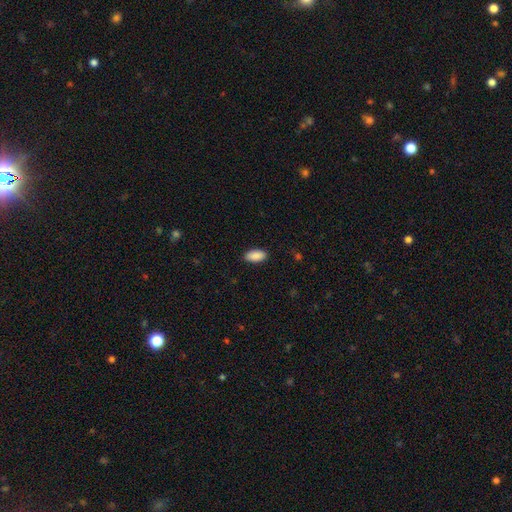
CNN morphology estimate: smooth-or-featured: smooth: 90% | star or artifact: 6% | featured or disk: 4%
  how-rounded: in between: 93% | cigar-shaped: 5% | round: 2%
  merging: none: 88% | minor disturbance: 9% | major disturbance: 2% | merger: 1%